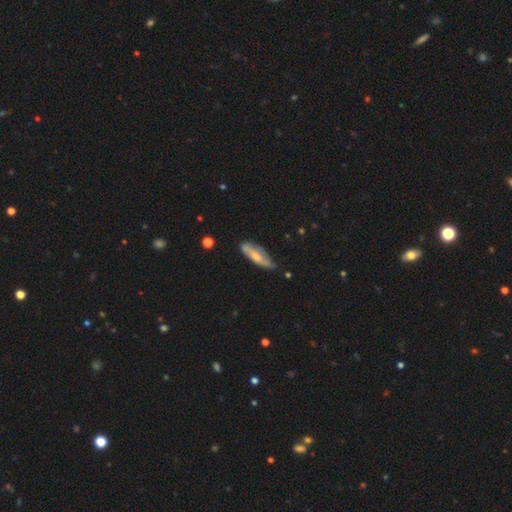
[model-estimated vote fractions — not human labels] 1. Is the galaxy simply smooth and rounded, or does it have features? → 50% smooth, 44% featured or disk, 6% star or artifact.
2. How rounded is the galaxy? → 53% in between, 45% cigar-shaped, 2% round.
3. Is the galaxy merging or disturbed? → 58% none, 31% minor disturbance, 8% major disturbance, 3% merger.